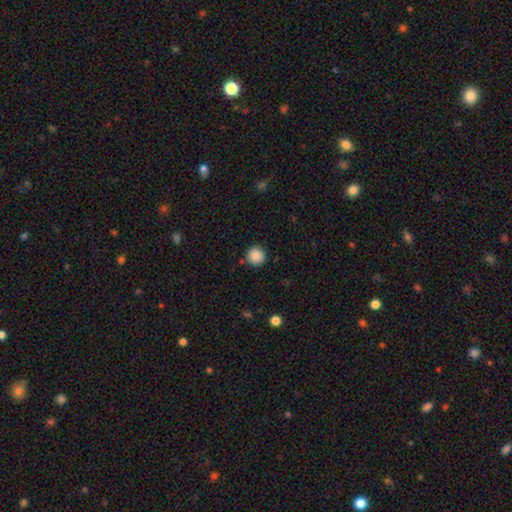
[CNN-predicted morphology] Smooth or featured? smooth (88%)
How rounded? round (95%)
Merging? none (91%)